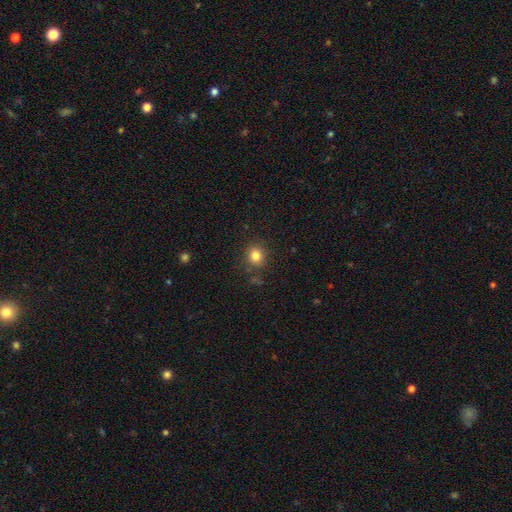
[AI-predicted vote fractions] A smooth galaxy with no disk features (82%) that is round (86%). Merging: none (85%).